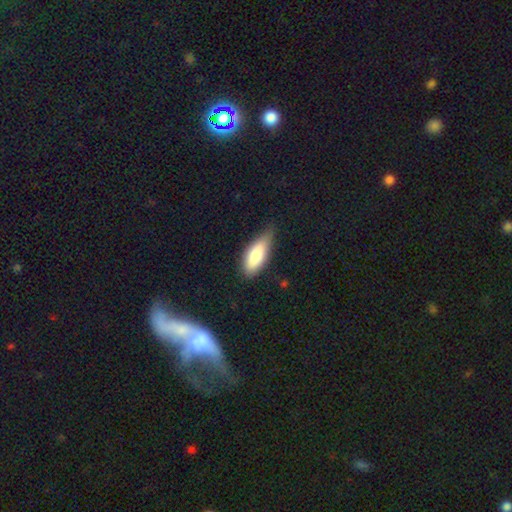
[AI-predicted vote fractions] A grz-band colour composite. It shows a smooth galaxy with no disk features (79%) that is in between round and cigar-shaped (77%). Merging: none (56%).